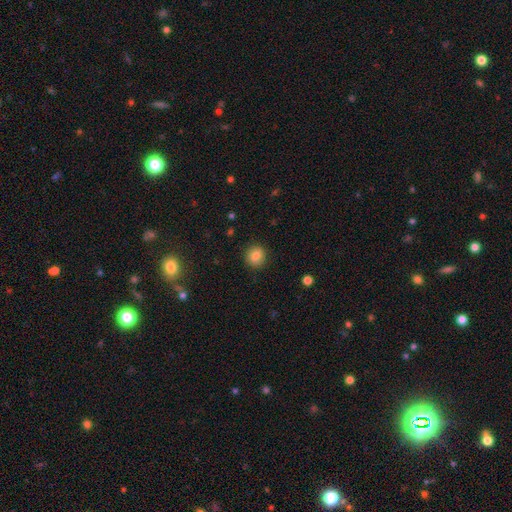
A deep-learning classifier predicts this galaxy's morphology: smooth_or_featured: smooth (p=0.85) [alt: star or artifact p=0.10]
how_rounded: round (p=0.86) [alt: in between p=0.13]
merging: none (p=0.89) [alt: minor disturbance p=0.07]